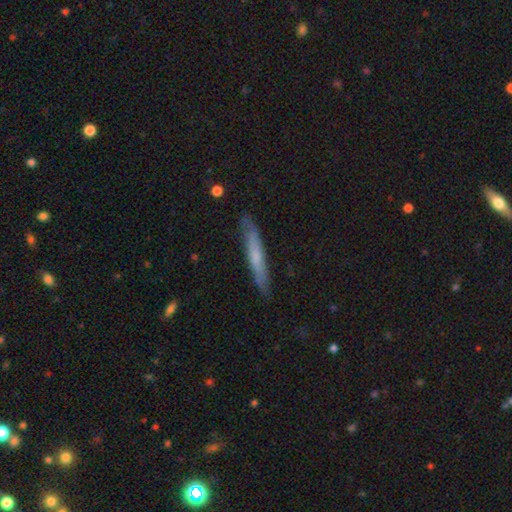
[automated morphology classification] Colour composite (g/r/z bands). It shows a smooth galaxy with no disk features (54%) that is cigar-shaped (94%). Merging: none (84%).